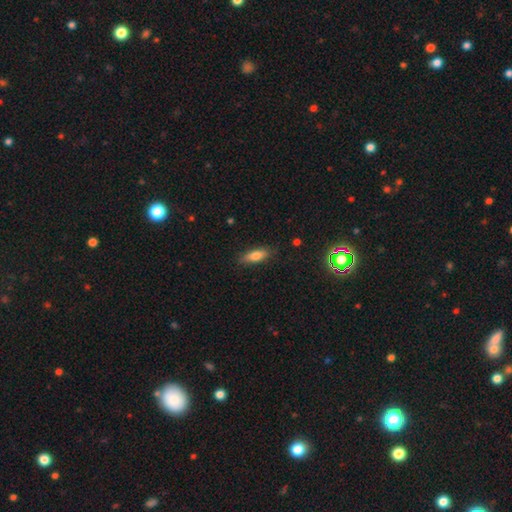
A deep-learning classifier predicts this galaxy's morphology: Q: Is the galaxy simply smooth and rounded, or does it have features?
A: smooth — 75%.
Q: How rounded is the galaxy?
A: in between — 60%.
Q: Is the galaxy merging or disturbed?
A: none — 83%.